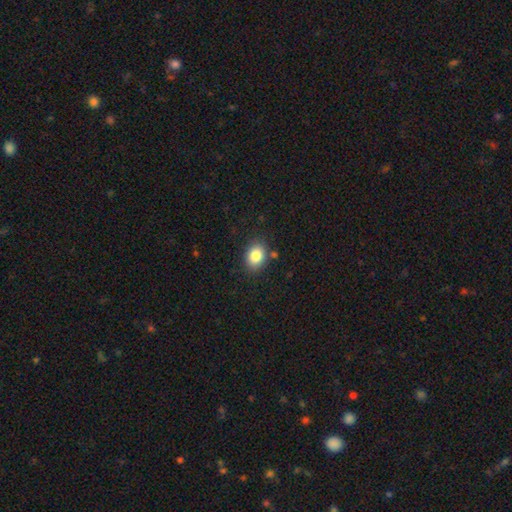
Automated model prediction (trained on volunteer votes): smooth_or_featured: smooth (p=0.84) [alt: star or artifact p=0.09]
how_rounded: in between (p=0.66) [alt: round p=0.33]
merging: none (p=0.83) [alt: minor disturbance p=0.11]